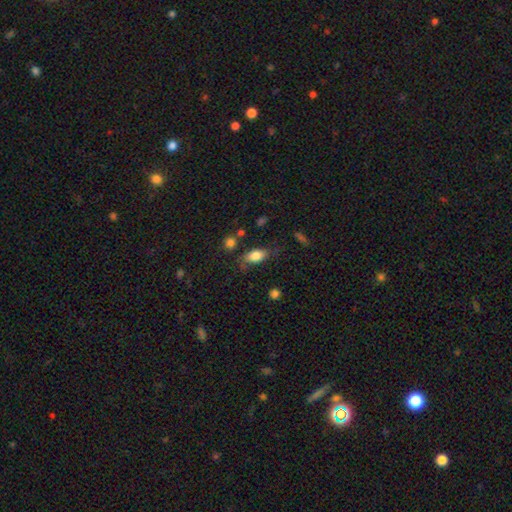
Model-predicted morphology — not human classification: Smooth or featured? smooth (80%)
How rounded? in between (87%)
Merging? none (65%)